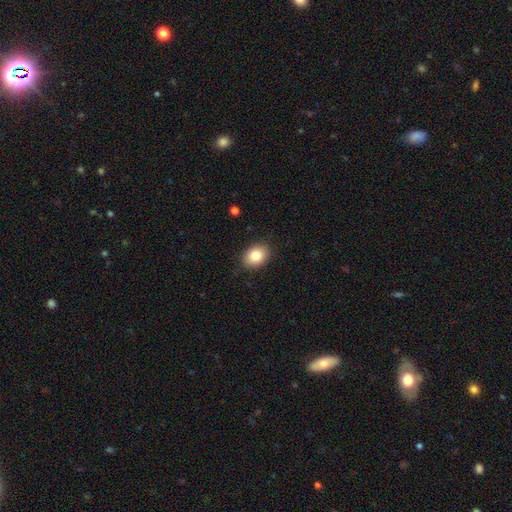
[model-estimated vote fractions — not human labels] Smooth or featured: smooth — 84% (star or artifact — 8%)
How rounded: in between — 68% (round — 31%)
Merging: none — 87% (minor disturbance — 10%)